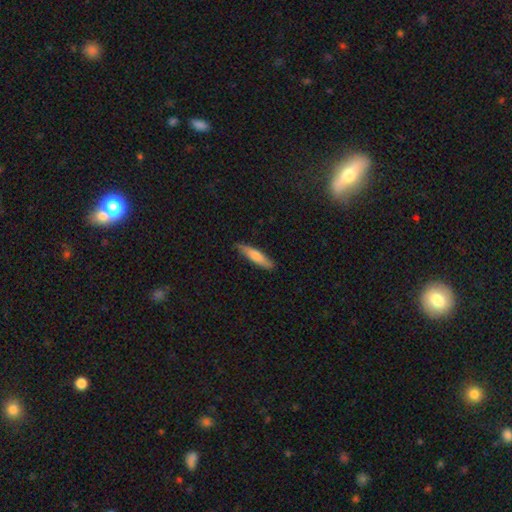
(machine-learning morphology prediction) A smooth galaxy with no disk features (73%) that is cigar-shaped (83%). Merging: none (85%).